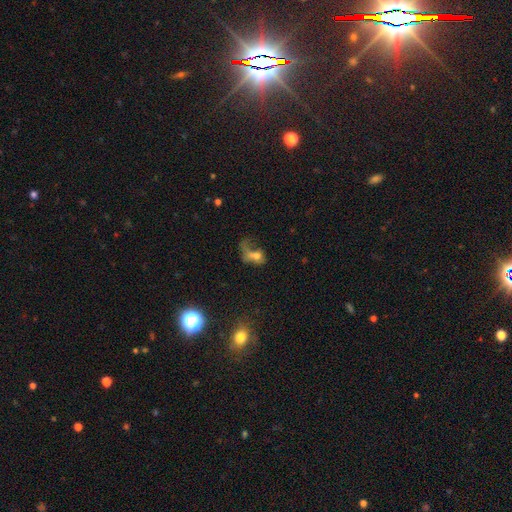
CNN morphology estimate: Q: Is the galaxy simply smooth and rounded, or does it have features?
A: smooth — 50%.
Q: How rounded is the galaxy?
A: in between — 67%.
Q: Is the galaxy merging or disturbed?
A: major disturbance — 49%.